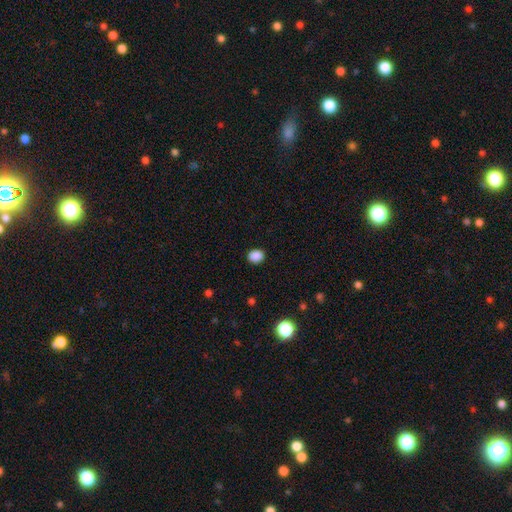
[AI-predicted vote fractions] A smooth galaxy with no disk features (88%) that is round (57%).

Vote fractions:
- Smooth or featured? smooth: 88% / star or artifact: 10% / featured or disk: 2%
- How rounded? round: 57% / in between: 42% / cigar-shaped: 1%
- Merging? none: 89% / minor disturbance: 8% / major disturbance: 2% / merger: 1%